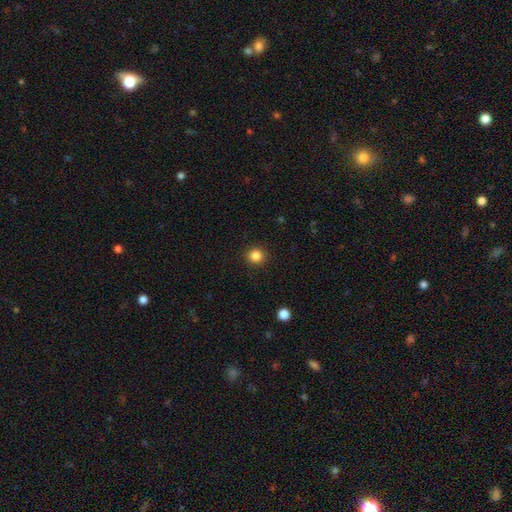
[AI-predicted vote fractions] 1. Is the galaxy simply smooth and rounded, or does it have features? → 85% smooth, 11% star or artifact, 4% featured or disk.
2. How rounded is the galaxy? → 91% round, 8% in between, 1% cigar-shaped.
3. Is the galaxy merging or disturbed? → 92% none, 5% minor disturbance, 2% major disturbance, 1% merger.